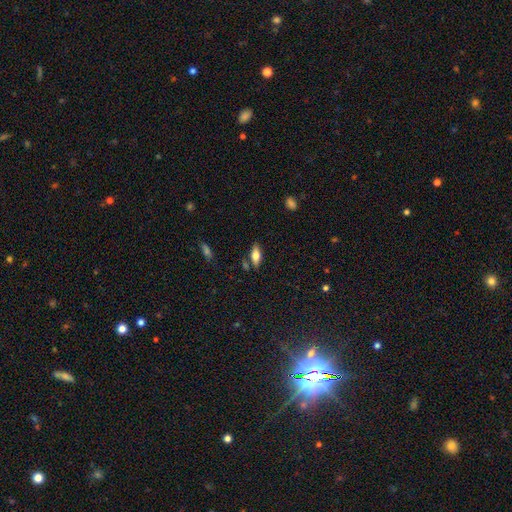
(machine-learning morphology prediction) A smooth galaxy with no disk features (68%) that is in between round and cigar-shaped (78%).

Vote fractions:
- Smooth or featured? smooth: 68% / featured or disk: 24% / star or artifact: 8%
- How rounded? in between: 78% / cigar-shaped: 19% / round: 3%
- Merging? none: 79% / minor disturbance: 13% / merger: 5% / major disturbance: 3%